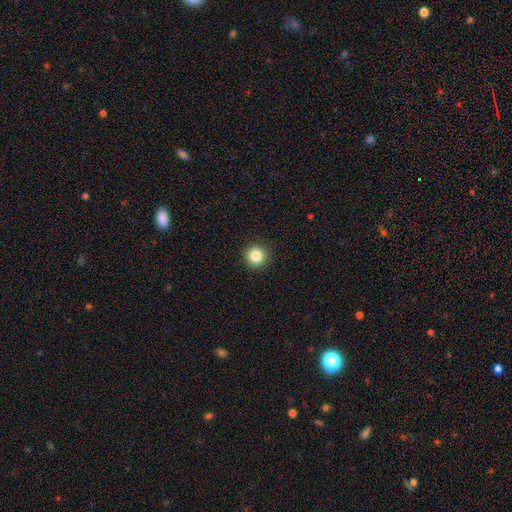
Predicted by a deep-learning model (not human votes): smooth 87%, star or artifact 10%, featured or disk 4%. Down the decision tree: how rounded — round (95%); merging — none (92%).